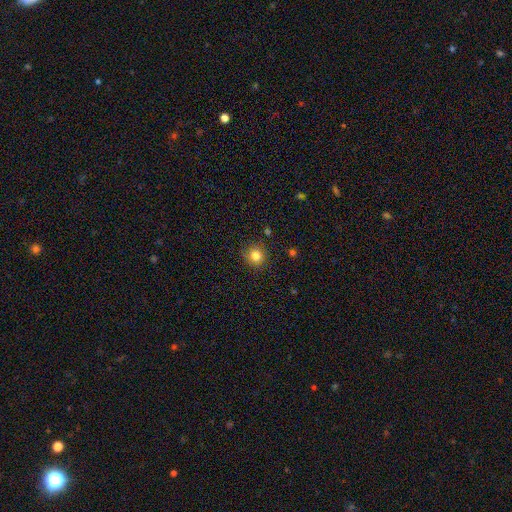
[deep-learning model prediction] Smooth or featured? smooth (82%)
How rounded? round (90%)
Merging? none (87%)